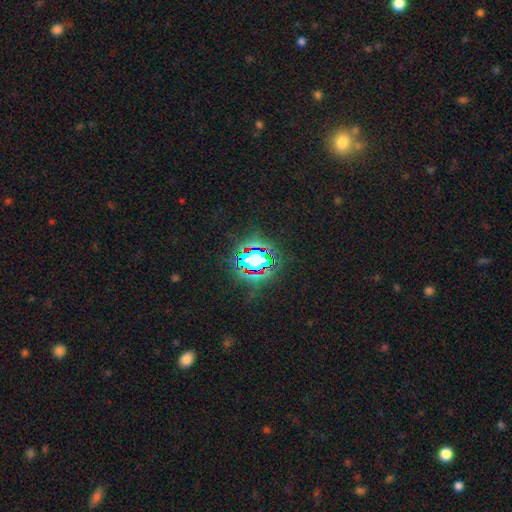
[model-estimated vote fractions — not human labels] smooth-or-featured: star or artifact: 70% | smooth: 18% | featured or disk: 12%